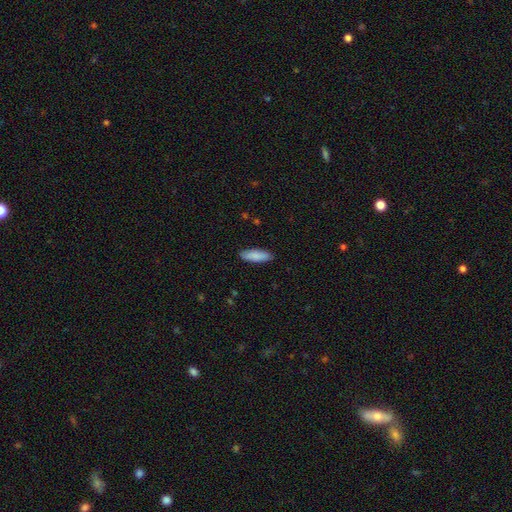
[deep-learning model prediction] Q: Smooth or featured?
A: smooth (87%); runner-up: featured or disk (7%)
Q: How rounded?
A: in between (56%); runner-up: cigar-shaped (42%)
Q: Merging?
A: none (88%); runner-up: minor disturbance (9%)